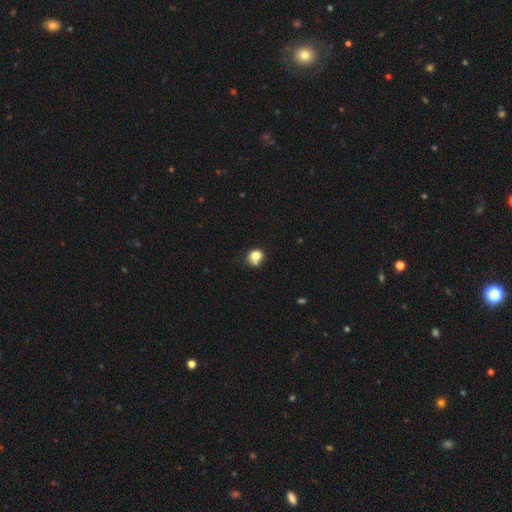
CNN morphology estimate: Smooth or featured? smooth (78%)
How rounded? round (74%)
Merging? none (54%)